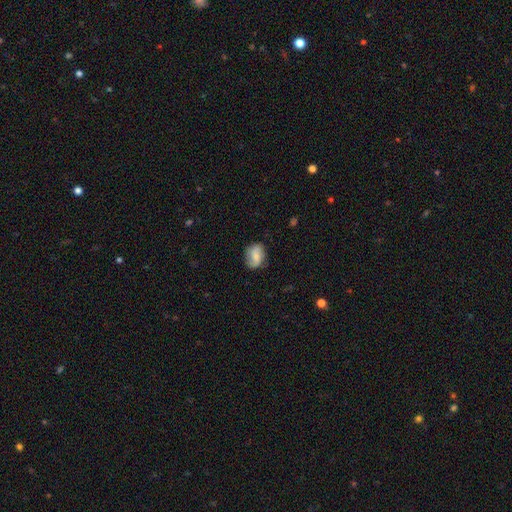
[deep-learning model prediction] Smooth or featured? smooth (64%)
How rounded? in between (63%)
Merging? none (69%)